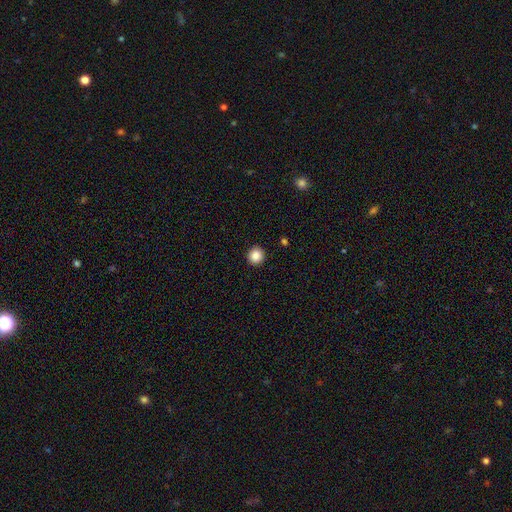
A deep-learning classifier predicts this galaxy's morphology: Smooth or featured? smooth (86%)
How rounded? round (94%)
Merging? none (93%)